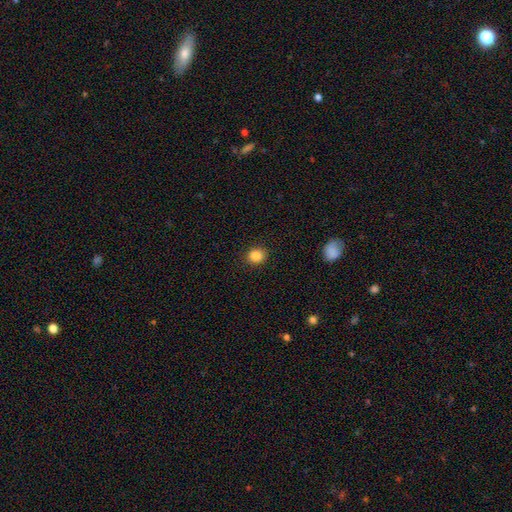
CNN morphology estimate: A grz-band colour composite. It shows a smooth galaxy with no disk features (86%) that is round (71%). Merging: none (90%).